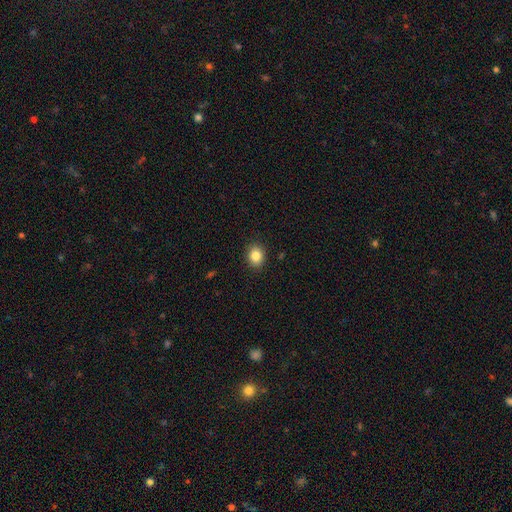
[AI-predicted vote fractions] Morphology: type=smooth (85%); roundness=round (60%); merging=none (90%).